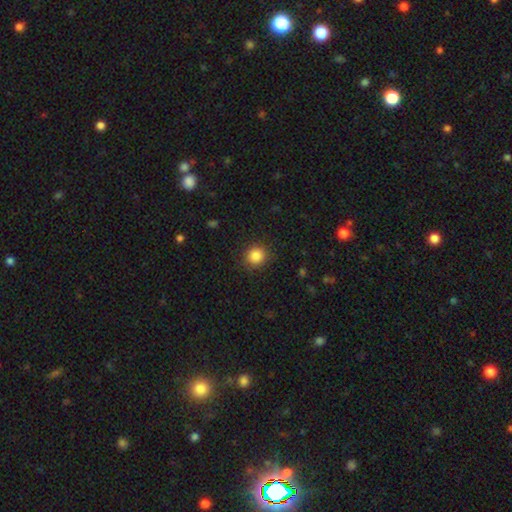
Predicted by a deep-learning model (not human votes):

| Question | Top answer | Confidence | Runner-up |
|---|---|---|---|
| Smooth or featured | smooth | 86% | star or artifact (10%) |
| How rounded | round | 90% | in between (9%) |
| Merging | none | 89% | minor disturbance (8%) |